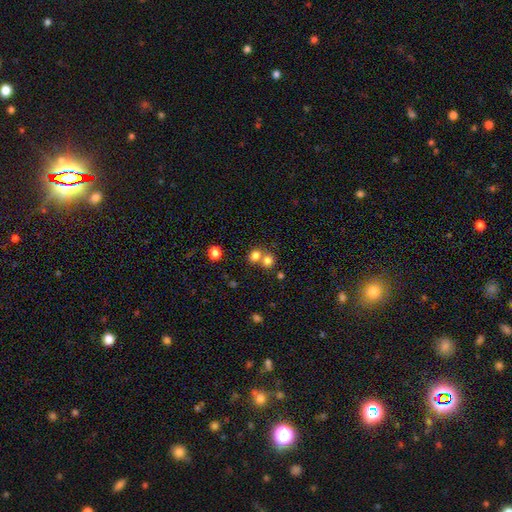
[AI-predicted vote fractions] Q: Smooth or featured?
A: smooth (77%); runner-up: star or artifact (13%)
Q: How rounded?
A: round (68%); runner-up: in between (31%)
Q: Merging?
A: merger (50%); runner-up: none (40%)